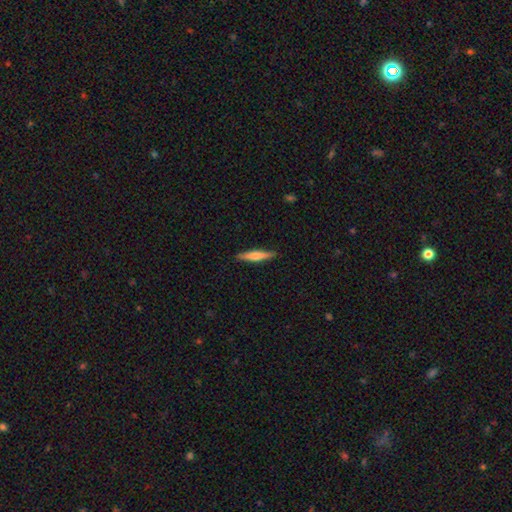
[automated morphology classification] Smooth or featured?
  - smooth: 54% *
  - featured or disk: 41%
  - star or artifact: 5%
How rounded?
  - cigar-shaped: 88% *
  - in between: 11%
  - round: 2%
Merging?
  - none: 90% *
  - minor disturbance: 7%
  - major disturbance: 1%
  - merger: 1%